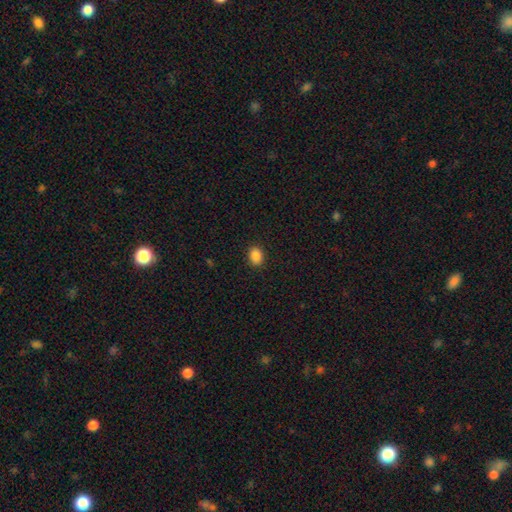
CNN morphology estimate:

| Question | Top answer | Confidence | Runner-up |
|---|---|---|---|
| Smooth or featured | smooth | 88% | star or artifact (9%) |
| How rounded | in between | 60% | round (39%) |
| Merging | none | 90% | minor disturbance (7%) |